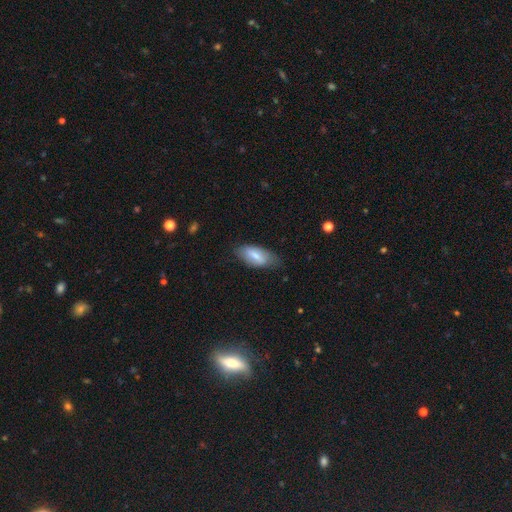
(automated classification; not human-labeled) Smooth or featured? Predicted: smooth (p=0.66). How rounded? Predicted: in between (p=0.87). Merging? Predicted: none (p=0.71).